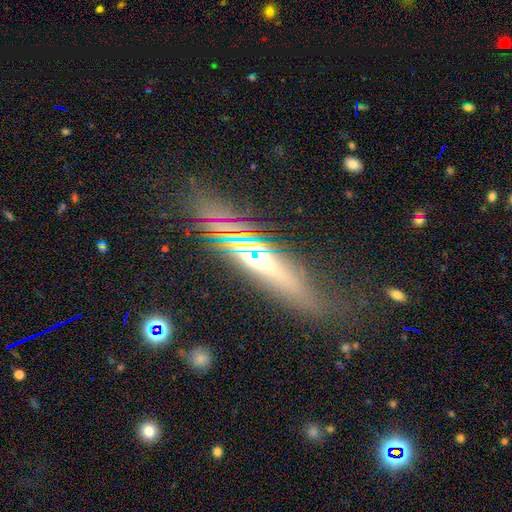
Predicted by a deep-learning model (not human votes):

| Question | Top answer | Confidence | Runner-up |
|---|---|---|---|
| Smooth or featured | featured or disk | 39% | smooth (37%) |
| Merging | none | 69% | minor disturbance (19%) |